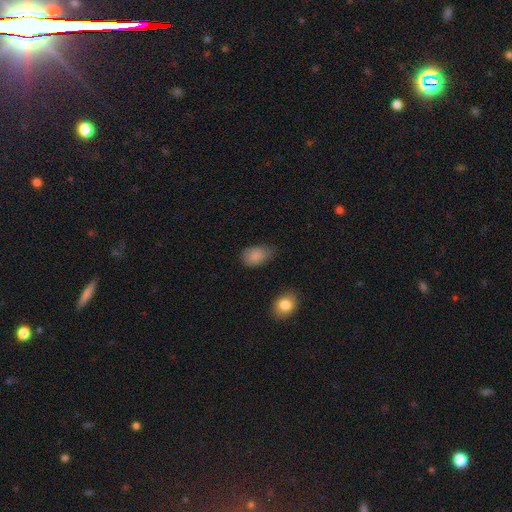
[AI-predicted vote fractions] smooth-or-featured: smooth: 84% | star or artifact: 8% | featured or disk: 7%
  how-rounded: in between: 85% | round: 14% | cigar-shaped: 1%
  merging: none: 48% | minor disturbance: 41% | major disturbance: 9% | merger: 2%